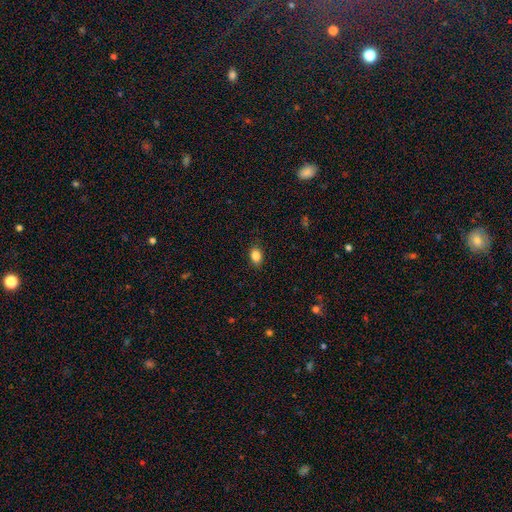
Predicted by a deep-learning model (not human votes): This appears to be a smooth galaxy with no disk features (86%) that is in between round and cigar-shaped (78%). Merging: none (88%).